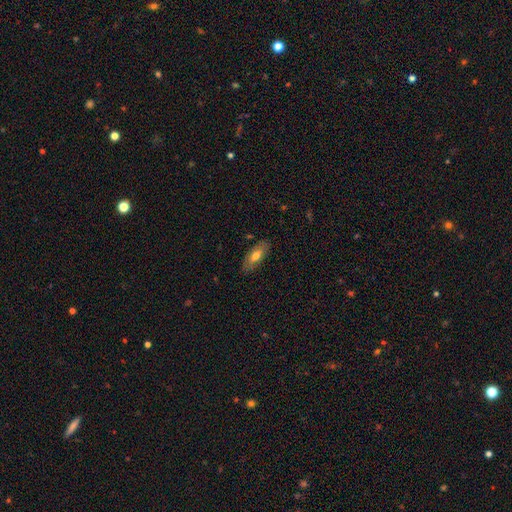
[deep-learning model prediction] Q: Smooth or featured?
A: smooth (65%); runner-up: featured or disk (28%)
Q: How rounded?
A: in between (78%); runner-up: cigar-shaped (20%)
Q: Merging?
A: none (83%); runner-up: minor disturbance (13%)